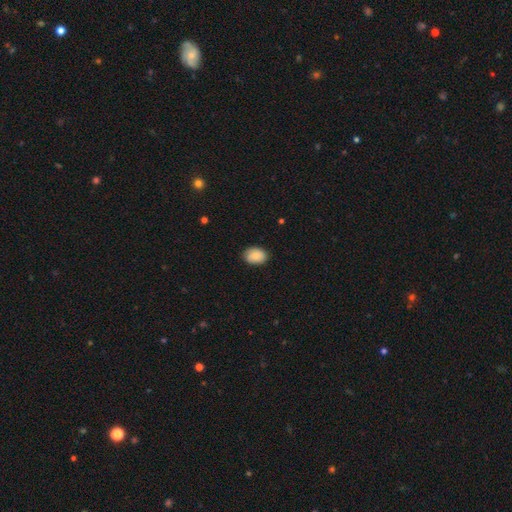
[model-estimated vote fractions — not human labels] smooth-or-featured: smooth: 86% | star or artifact: 7% | featured or disk: 7%
  how-rounded: in between: 75% | round: 24% | cigar-shaped: 1%
  merging: none: 84% | minor disturbance: 13% | major disturbance: 2% | merger: 1%